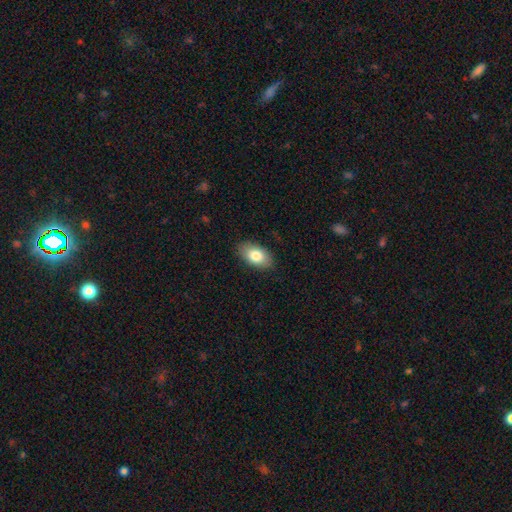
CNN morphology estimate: smooth-or-featured: smooth: 81% | featured or disk: 12% | star or artifact: 7%
  how-rounded: in between: 93% | round: 6% | cigar-shaped: 2%
  merging: none: 87% | minor disturbance: 10% | major disturbance: 2% | merger: 1%